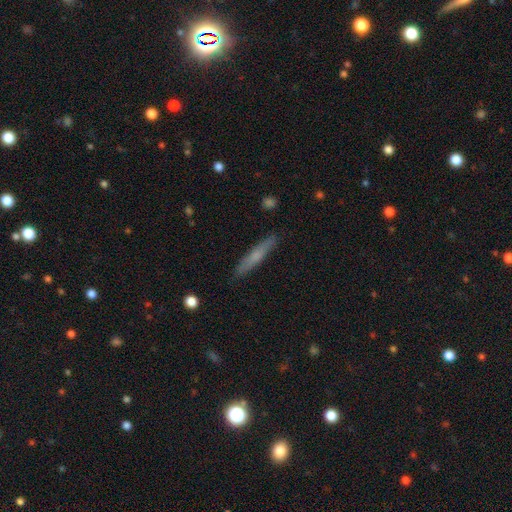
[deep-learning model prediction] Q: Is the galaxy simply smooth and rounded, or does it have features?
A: smooth — 59%.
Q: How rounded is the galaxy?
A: cigar-shaped — 93%.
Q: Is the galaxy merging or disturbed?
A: none — 89%.